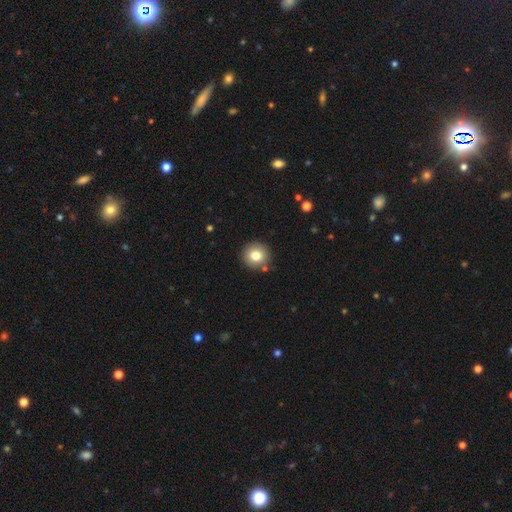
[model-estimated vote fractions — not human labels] Smooth or featured: smooth — 80% (star or artifact — 11%)
How rounded: round — 93% (in between — 6%)
Merging: none — 87% (minor disturbance — 7%)